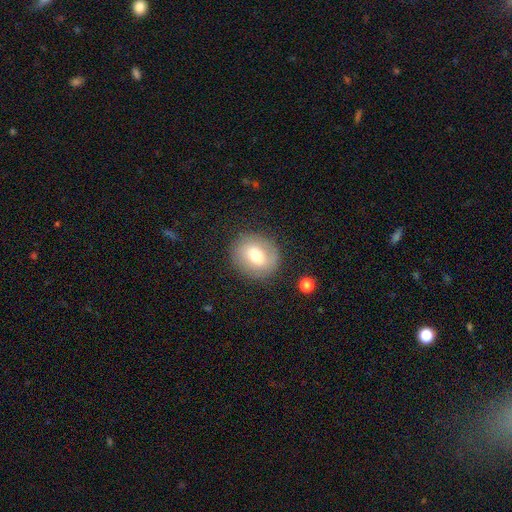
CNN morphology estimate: Overall: smooth (63%; featured or disk 28%). How rounded: round (75%). Merging: none (84%).